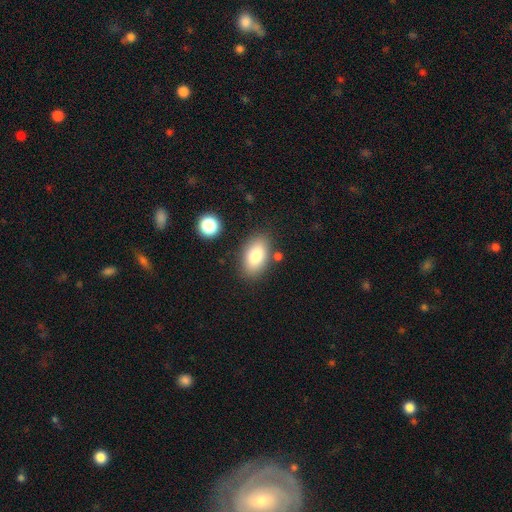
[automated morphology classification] type=smooth (79%); roundness=in between (91%); merging=none (80%).